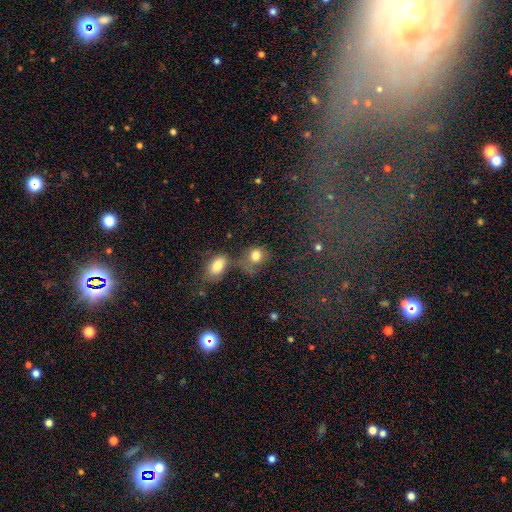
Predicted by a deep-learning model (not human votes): This is likely a smooth galaxy (80%). How rounded: likely round (62%). Merging: marginally none (41%).